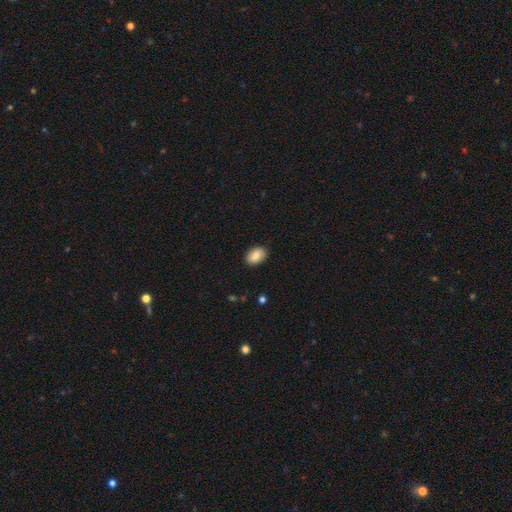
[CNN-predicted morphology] smooth 81%, featured or disk 12%, star or artifact 7%. Down the decision tree: how rounded — in between (84%); merging — none (89%).